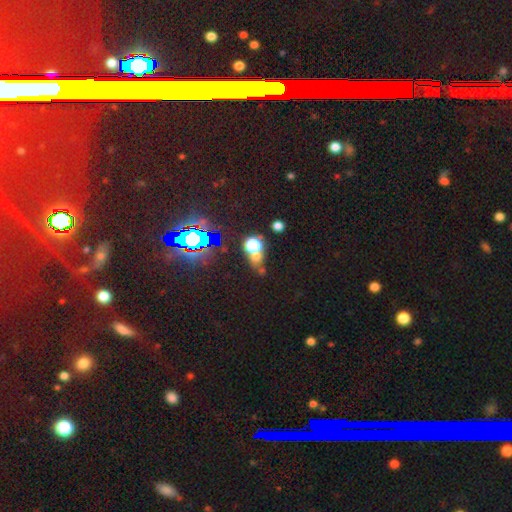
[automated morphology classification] A smooth galaxy with no disk features (52%) that is round (65%).

Vote fractions:
- Smooth or featured? smooth: 52% / star or artifact: 35% / featured or disk: 12%
- How rounded? round: 65% / in between: 32% / cigar-shaped: 3%
- Merging? none: 43% / merger: 38% / minor disturbance: 11% / major disturbance: 8%